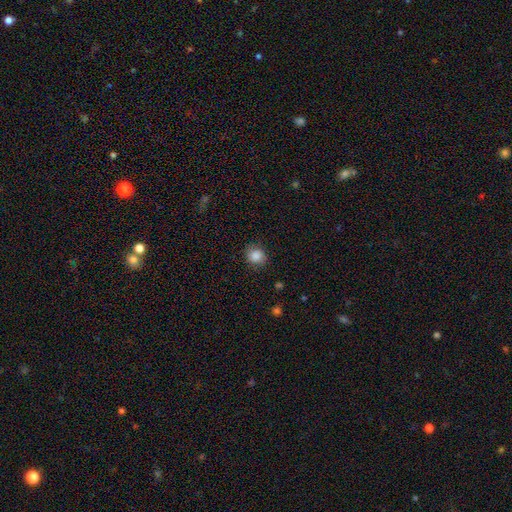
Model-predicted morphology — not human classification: The model was most divided on "how rounded": round: 78%, in between: 21%, cigar-shaped: 1%. More confident: smooth or featured — smooth (84%); merging — none (80%).